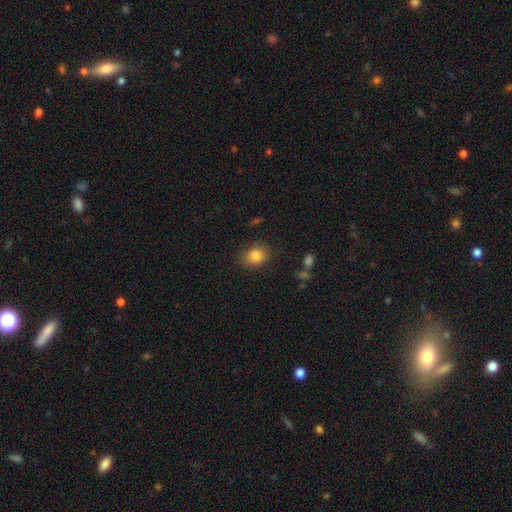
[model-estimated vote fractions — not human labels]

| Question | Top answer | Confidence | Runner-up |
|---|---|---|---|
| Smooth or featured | smooth | 83% | star or artifact (10%) |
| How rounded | in between | 55% | round (44%) |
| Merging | none | 82% | minor disturbance (13%) |